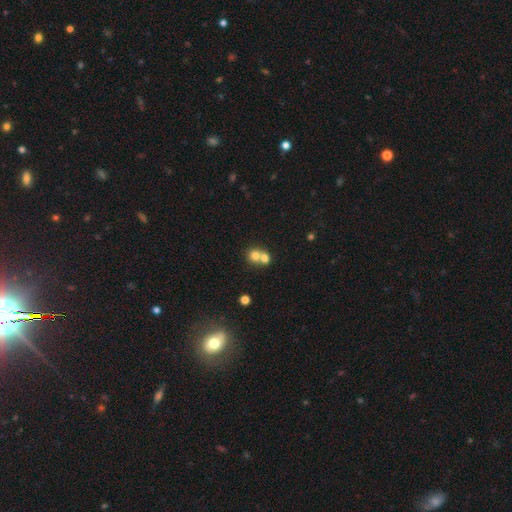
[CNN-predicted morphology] smooth_or_featured: smooth (p=0.74) [alt: featured or disk p=0.15]
how_rounded: round (p=0.79) [alt: in between p=0.20]
merging: merger (p=0.62) [alt: none p=0.31]